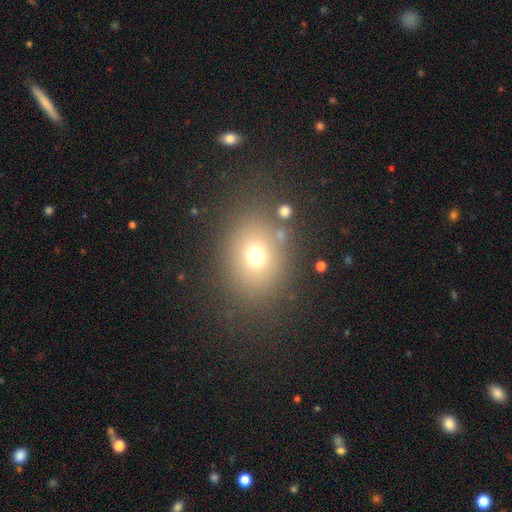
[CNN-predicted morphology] Q: Smooth or featured?
A: smooth (70%); runner-up: star or artifact (18%)
Q: How rounded?
A: round (54%); runner-up: in between (45%)
Q: Merging?
A: none (80%); runner-up: minor disturbance (10%)